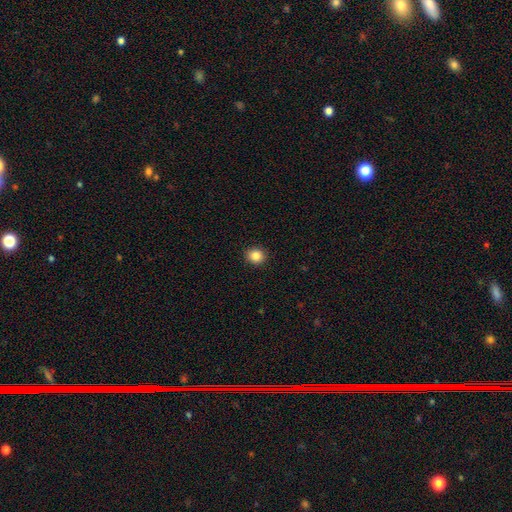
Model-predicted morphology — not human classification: Smooth or featured? Predicted: smooth (p=0.85). How rounded? Predicted: round (p=0.80). Merging? Predicted: none (p=0.92).